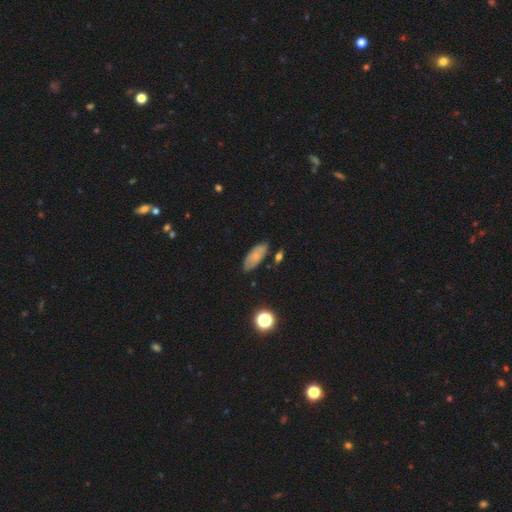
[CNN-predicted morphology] type=smooth (69%); roundness=in between (85%); merging=none (76%).